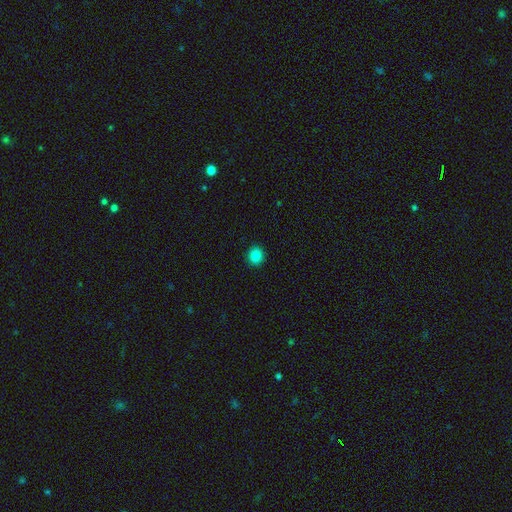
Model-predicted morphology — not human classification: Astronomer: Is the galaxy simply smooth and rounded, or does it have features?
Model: smooth — 85%.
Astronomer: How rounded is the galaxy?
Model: round — 83%.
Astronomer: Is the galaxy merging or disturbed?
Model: none — 92%.